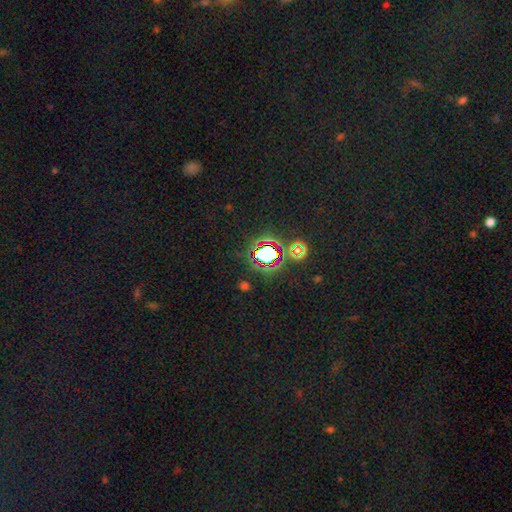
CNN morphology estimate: Smooth or featured: star or artifact — 78% (smooth — 14%)